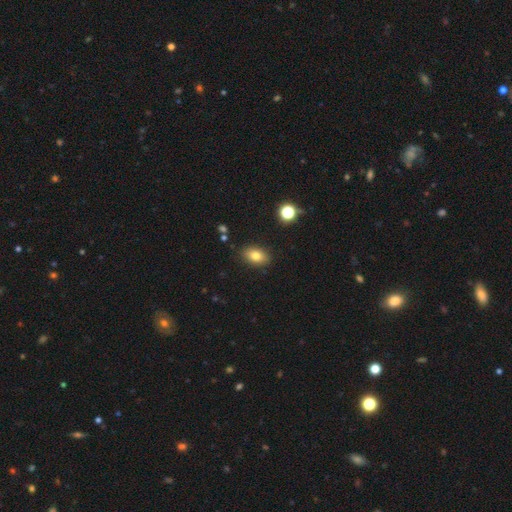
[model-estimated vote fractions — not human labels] Smooth or featured? Predicted: smooth (p=0.78). How rounded? Predicted: in between (p=0.84). Merging? Predicted: none (p=0.87).